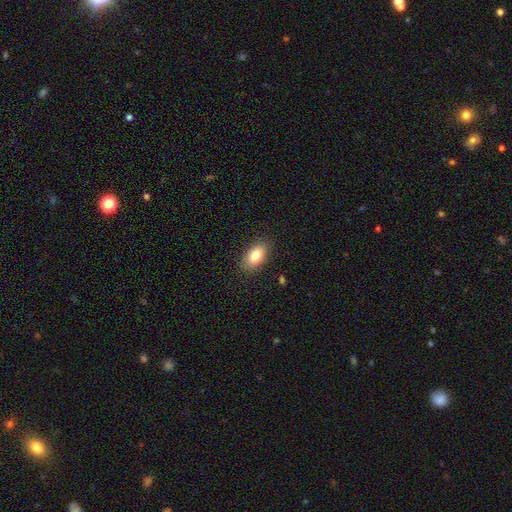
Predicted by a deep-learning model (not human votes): smooth-or-featured: smooth: 81% | featured or disk: 11% | star or artifact: 8%
  how-rounded: in between: 90% | round: 7% | cigar-shaped: 4%
  merging: none: 86% | minor disturbance: 10% | major disturbance: 3% | merger: 1%